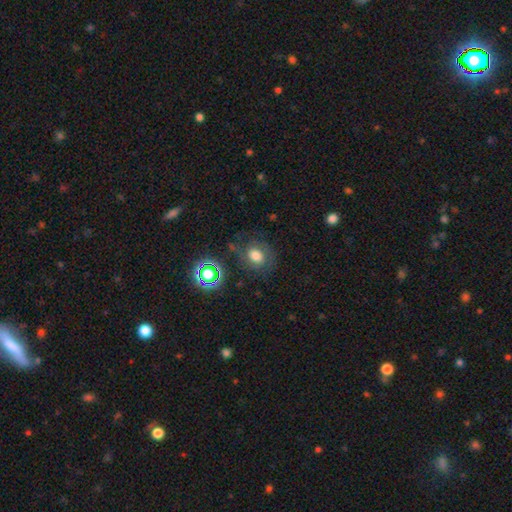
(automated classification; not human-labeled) smooth-or-featured: smooth: 62% | featured or disk: 23% | star or artifact: 15%
  how-rounded: round: 54% | in between: 44% | cigar-shaped: 1%
  merging: none: 69% | minor disturbance: 18% | major disturbance: 11% | merger: 3%